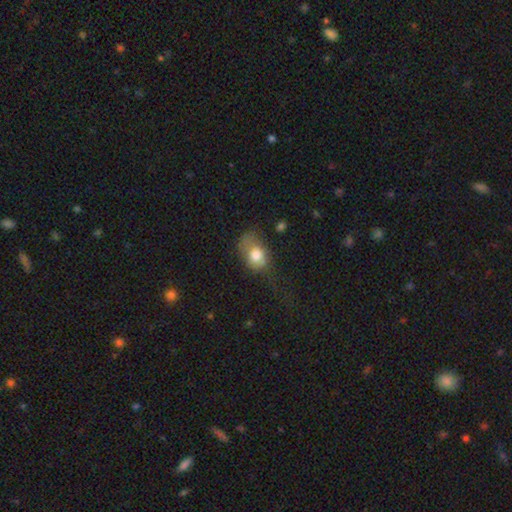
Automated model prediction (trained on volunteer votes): Smooth or featured? smooth (74%)
How rounded? in between (69%)
Merging? major disturbance (33%)